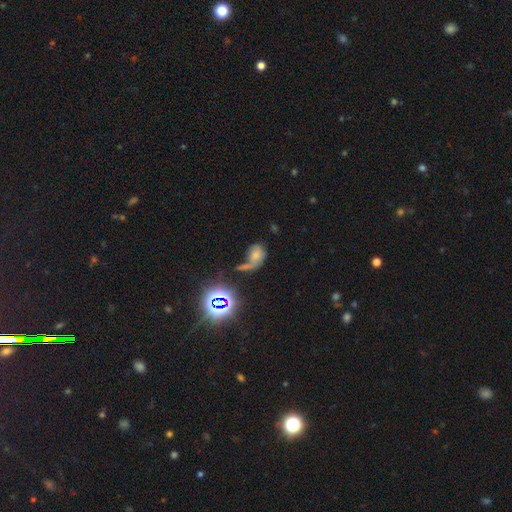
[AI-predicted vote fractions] The model was most divided on "merging": merger: 32%, major disturbance: 29%, none: 23%, minor disturbance: 16%. Remaining: smooth or featured — smooth (48%).